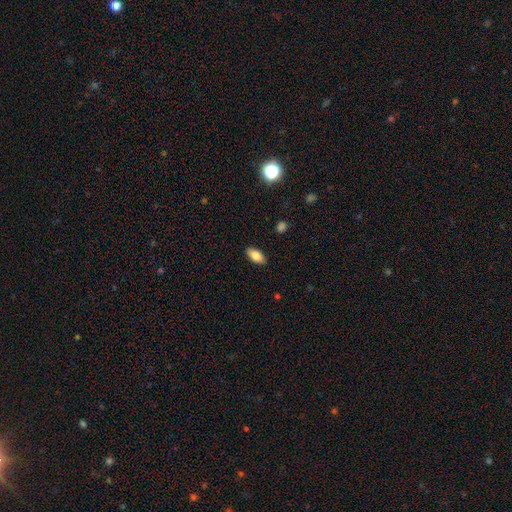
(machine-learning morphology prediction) Q: Smooth or featured?
A: smooth (82%); runner-up: featured or disk (11%)
Q: How rounded?
A: in between (90%); runner-up: cigar-shaped (7%)
Q: Merging?
A: none (88%); runner-up: minor disturbance (9%)